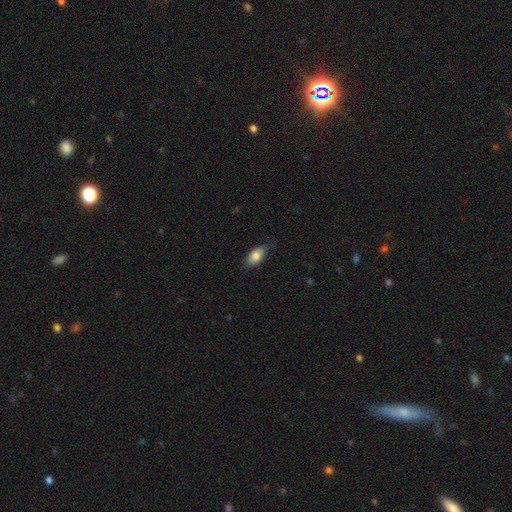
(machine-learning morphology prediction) Q: Smooth or featured?
A: smooth (82%); runner-up: featured or disk (11%)
Q: How rounded?
A: in between (90%); runner-up: round (5%)
Q: Merging?
A: none (72%); runner-up: minor disturbance (23%)